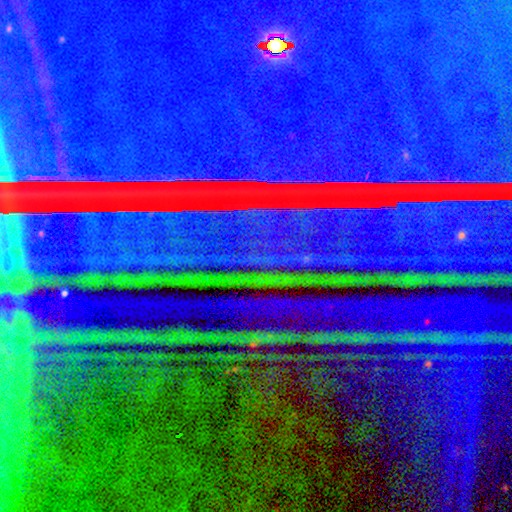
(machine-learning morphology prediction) Smooth or featured? star or artifact (87%)